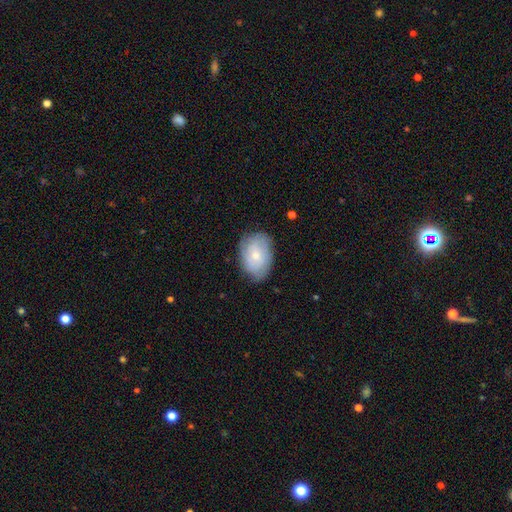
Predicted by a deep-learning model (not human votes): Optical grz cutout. It shows a smooth galaxy with no disk features (51%) that is in between round and cigar-shaped (80%). Merging: none (73%).